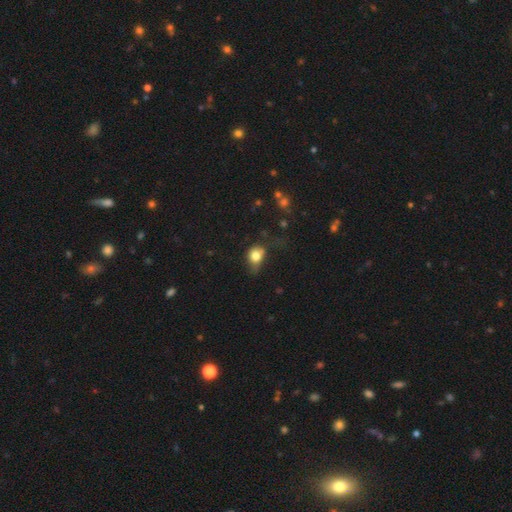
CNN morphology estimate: smooth 78%, featured or disk 11%, star or artifact 10%. Down the decision tree: how rounded — round (51%); merging — minor disturbance (38%).